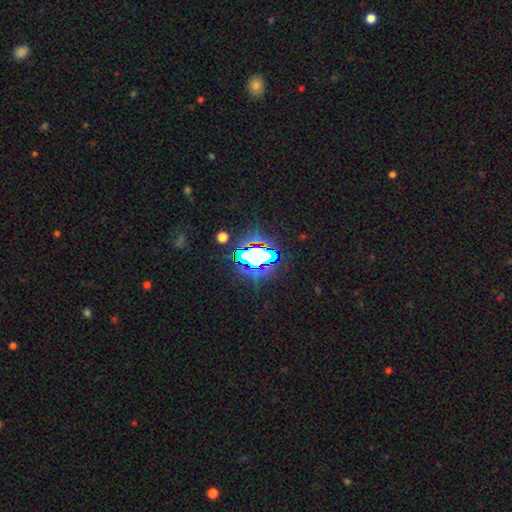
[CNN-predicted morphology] Q: Smooth or featured?
A: star or artifact (62%); runner-up: smooth (24%)